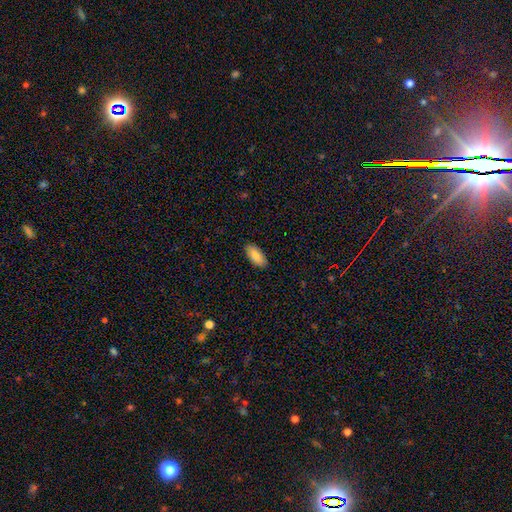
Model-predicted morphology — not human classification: Smooth or featured? Predicted: smooth (p=0.88). How rounded? Predicted: in between (p=0.90). Merging? Predicted: none (p=0.88).